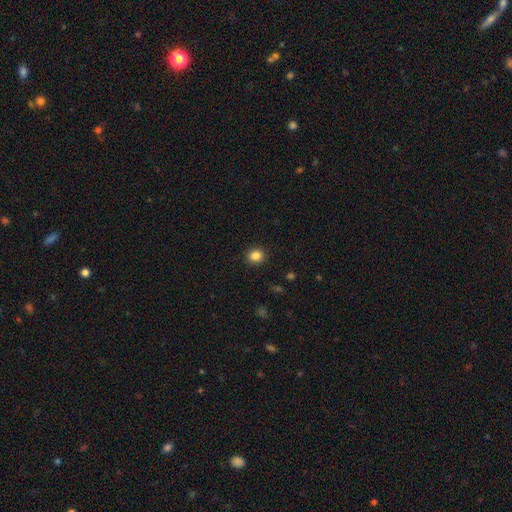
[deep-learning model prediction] smooth 85%, star or artifact 11%, featured or disk 4%. Down the decision tree: how rounded — round (83%); merging — none (91%).